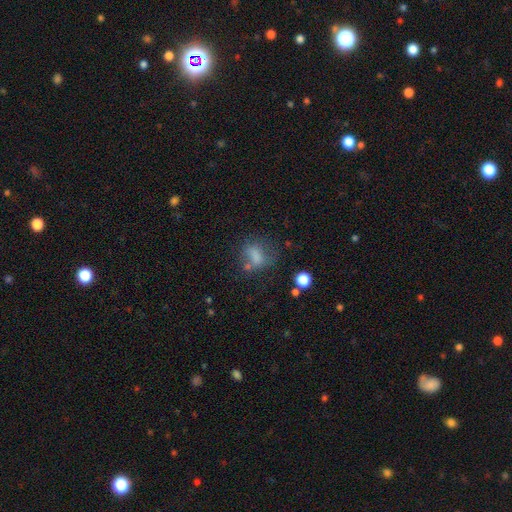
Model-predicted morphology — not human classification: Q: Smooth or featured?
A: smooth (63%); runner-up: featured or disk (20%)
Q: How rounded?
A: in between (62%); runner-up: round (33%)
Q: Merging?
A: none (47%); runner-up: minor disturbance (22%)